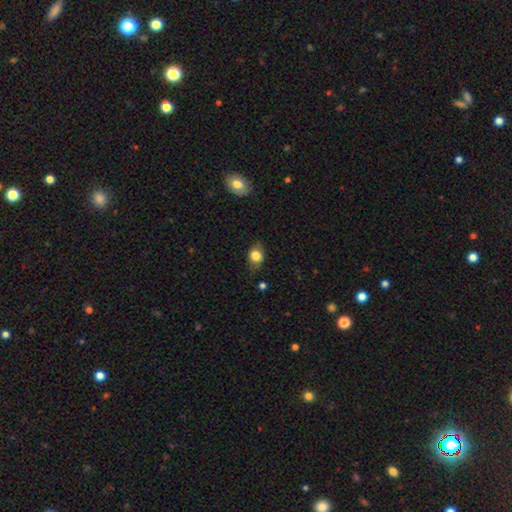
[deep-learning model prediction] Overall: smooth (77%). How rounded: in between (63%; round 34%). Merging: none (71%).